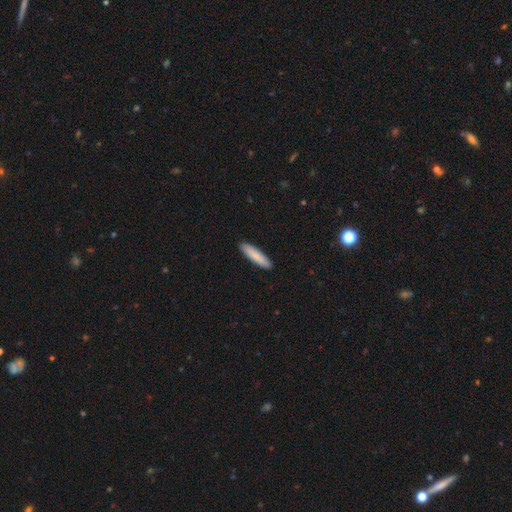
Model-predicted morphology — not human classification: This appears to be a smooth galaxy with no disk features (82%) that is cigar-shaped (79%). Merging: none (92%).